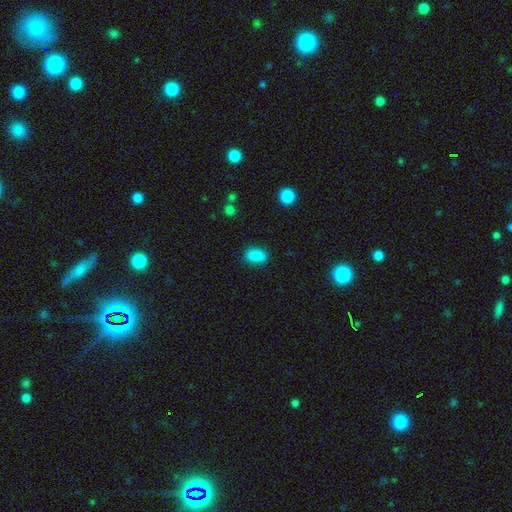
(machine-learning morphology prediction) Smooth or featured: smooth — 87% (star or artifact — 10%)
How rounded: in between — 86% (round — 12%)
Merging: none — 81% (minor disturbance — 14%)